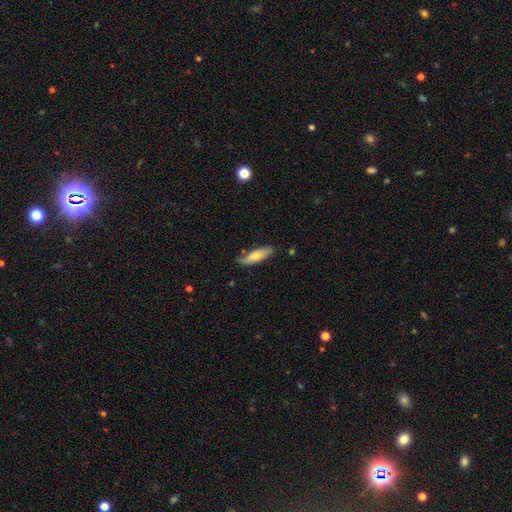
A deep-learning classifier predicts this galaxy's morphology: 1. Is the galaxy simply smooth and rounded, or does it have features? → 65% smooth, 29% featured or disk, 6% star or artifact.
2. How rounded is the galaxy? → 53% cigar-shaped, 45% in between, 2% round.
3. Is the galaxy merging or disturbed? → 75% none, 20% minor disturbance, 3% major disturbance, 3% merger.